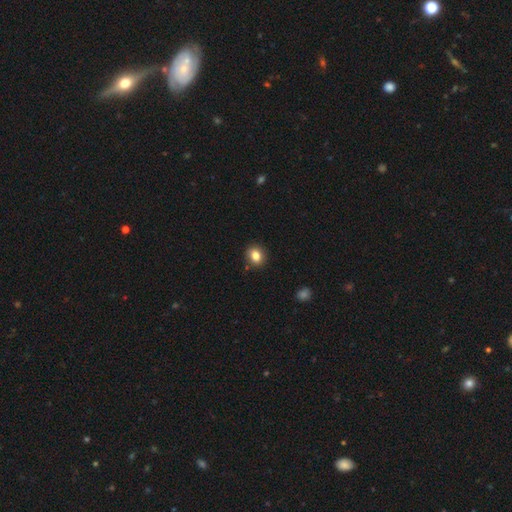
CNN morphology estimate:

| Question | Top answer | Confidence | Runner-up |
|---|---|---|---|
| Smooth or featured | smooth | 82% | star or artifact (11%) |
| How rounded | round | 65% | in between (34%) |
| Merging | none | 88% | minor disturbance (8%) |